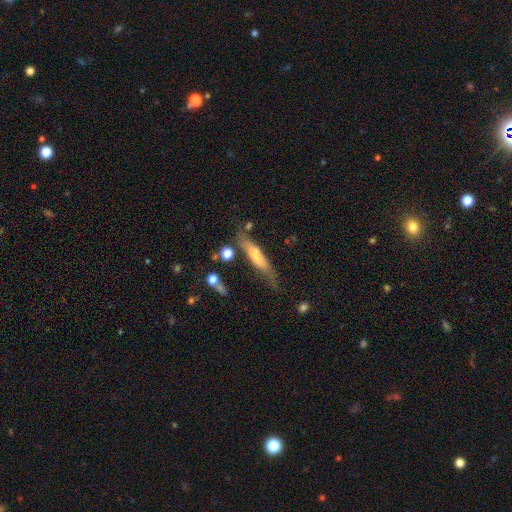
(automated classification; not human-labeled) Smooth or featured? Predicted: featured or disk (p=0.47). Merging? Predicted: none (p=0.63).